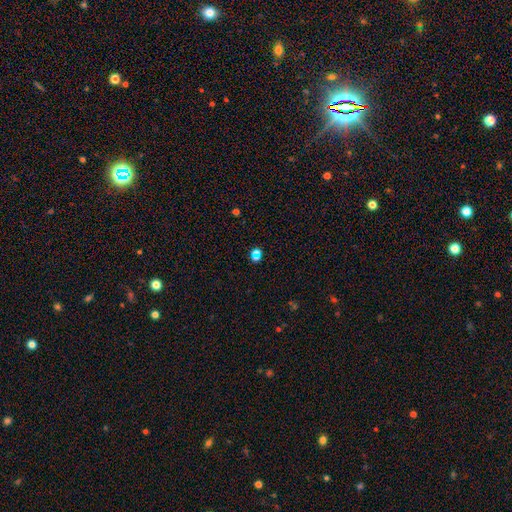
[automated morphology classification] Overall: star or artifact (52%; smooth 37%).